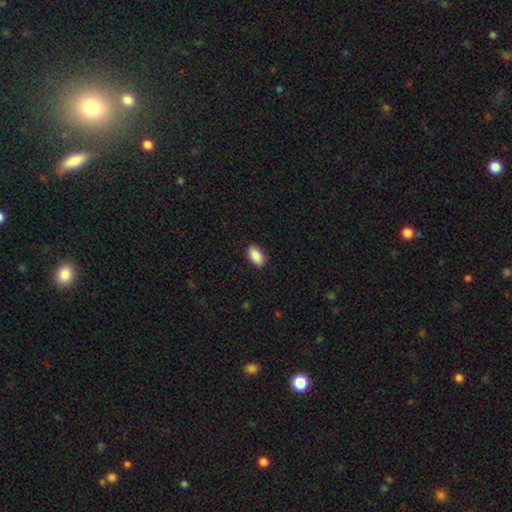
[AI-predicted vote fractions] Q: Smooth or featured?
A: smooth (90%); runner-up: star or artifact (7%)
Q: How rounded?
A: in between (93%); runner-up: round (4%)
Q: Merging?
A: none (90%); runner-up: minor disturbance (8%)